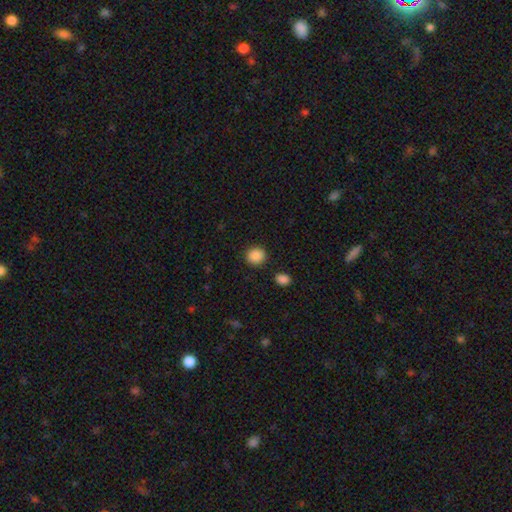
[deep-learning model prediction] Morphology: type=smooth (88%); roundness=round (82%); merging=none (87%).